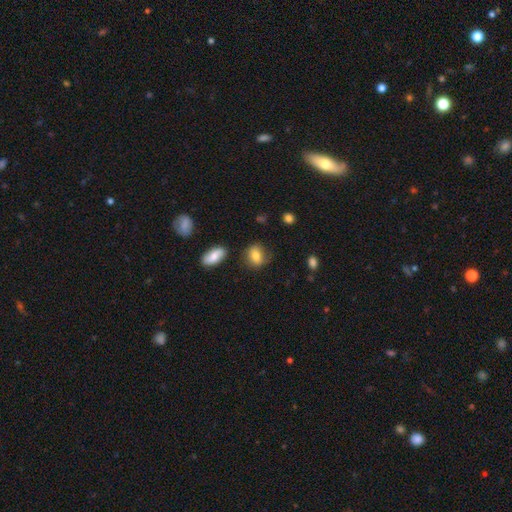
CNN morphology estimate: The model was most divided on "how rounded": in between: 52%, round: 46%, cigar-shaped: 2%. More confident: smooth or featured — smooth (75%); merging — none (69%).